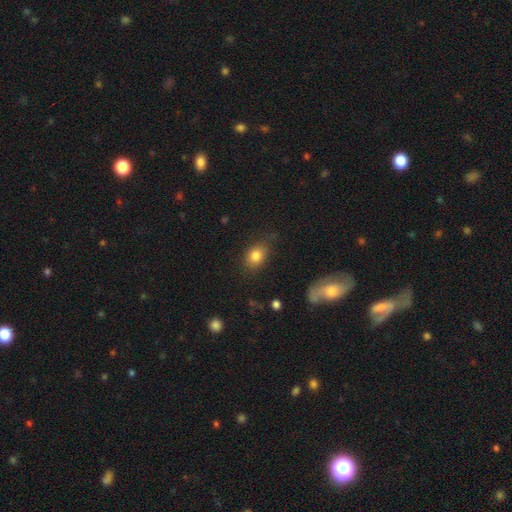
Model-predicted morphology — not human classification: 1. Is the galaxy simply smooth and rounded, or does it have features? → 82% smooth, 10% star or artifact, 9% featured or disk.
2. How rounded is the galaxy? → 67% in between, 32% round, 2% cigar-shaped.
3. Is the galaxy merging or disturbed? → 74% none, 19% minor disturbance, 5% major disturbance, 2% merger.